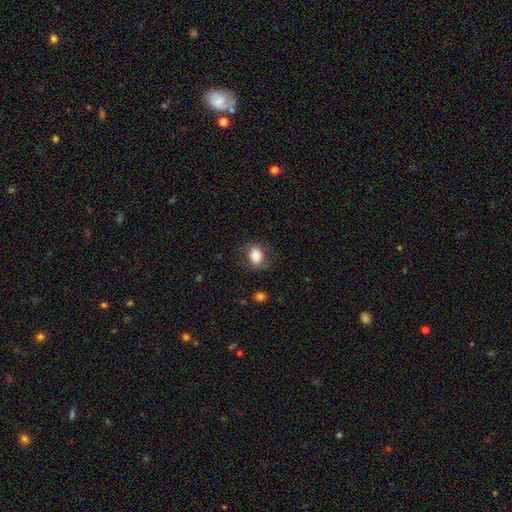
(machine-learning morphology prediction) A smooth galaxy with no disk features (76%) that is in between round and cigar-shaped (53%). Merging: none (72%).